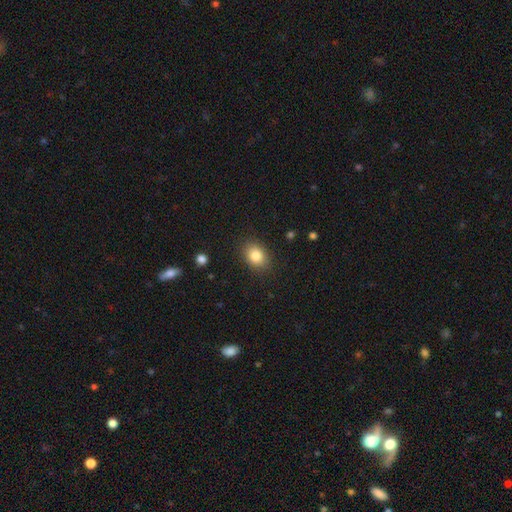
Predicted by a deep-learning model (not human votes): This appears to be a smooth galaxy with no disk features (84%) that is in between round and cigar-shaped (61%). Merging: none (86%).